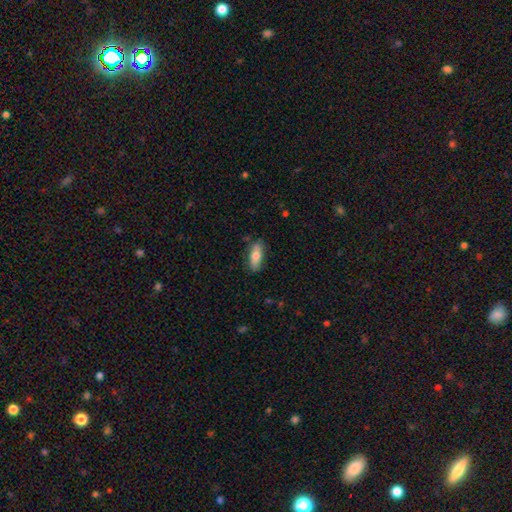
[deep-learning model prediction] Q: Smooth or featured?
A: smooth (73%); runner-up: featured or disk (21%)
Q: How rounded?
A: in between (70%); runner-up: cigar-shaped (28%)
Q: Merging?
A: none (76%); runner-up: minor disturbance (18%)